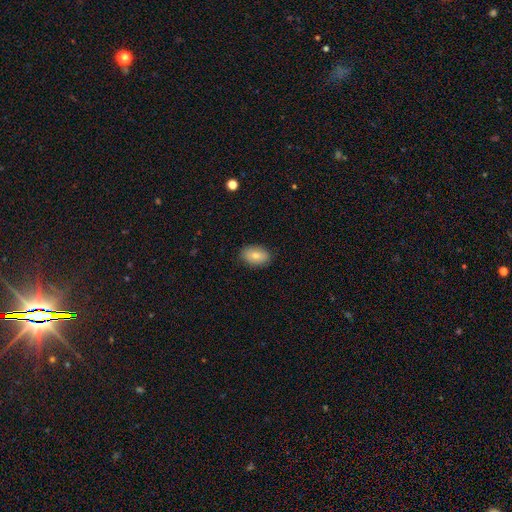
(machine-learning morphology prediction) Smooth or featured?
  - smooth: 80% *
  - featured or disk: 13%
  - star or artifact: 7%
How rounded?
  - in between: 88% *
  - round: 11%
  - cigar-shaped: 1%
Merging?
  - none: 87% *
  - minor disturbance: 10%
  - major disturbance: 2%
  - merger: 1%